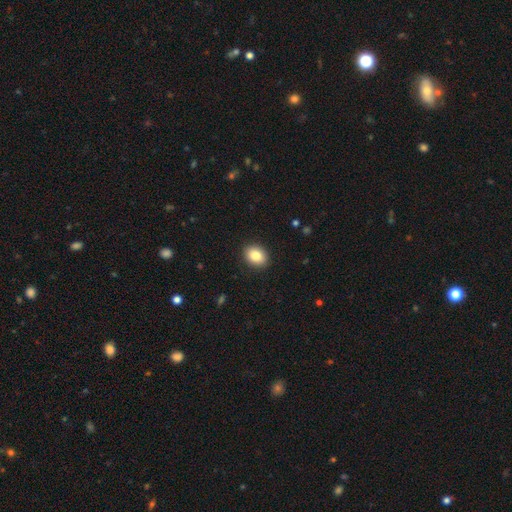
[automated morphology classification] This is clearly a smooth galaxy (86%). How rounded: possibly in between (58%). Merging: clearly none (90%).